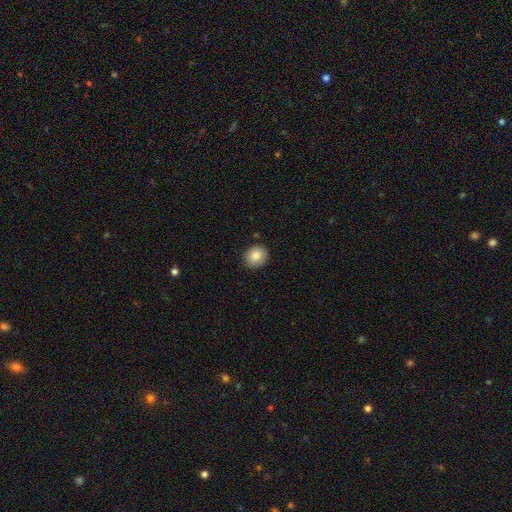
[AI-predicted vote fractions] Q: Smooth or featured?
A: smooth (85%); runner-up: star or artifact (8%)
Q: How rounded?
A: round (80%); runner-up: in between (19%)
Q: Merging?
A: none (89%); runner-up: minor disturbance (8%)